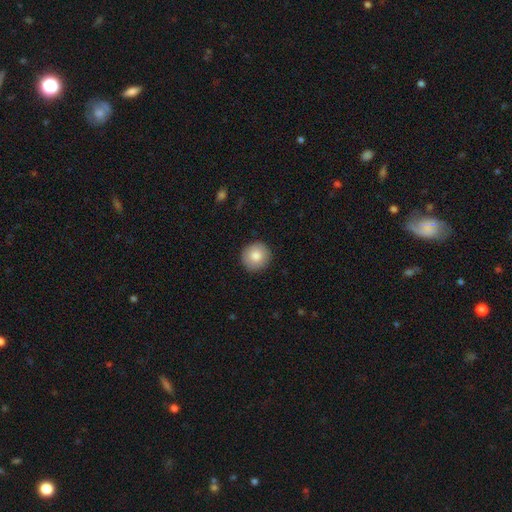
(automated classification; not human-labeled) The model was most divided on "smooth or featured": smooth: 83%, featured or disk: 9%, star or artifact: 8%. More confident: how rounded — round (94%); merging — none (91%).